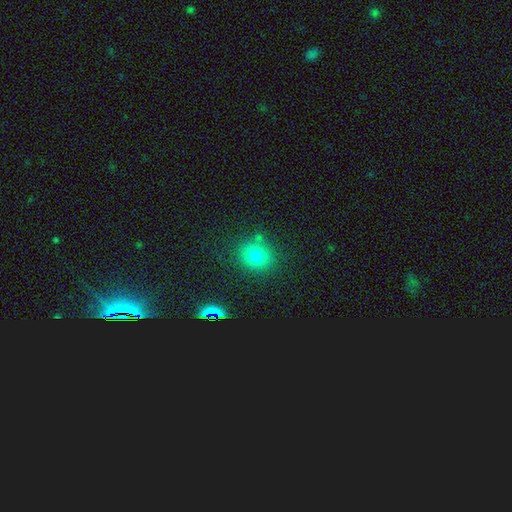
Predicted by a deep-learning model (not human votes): Smooth or featured?
  - smooth: 77% *
  - star or artifact: 15%
  - featured or disk: 8%
How rounded?
  - round: 71% *
  - in between: 28%
  - cigar-shaped: 1%
Merging?
  - none: 78% *
  - minor disturbance: 12%
  - merger: 6%
  - major disturbance: 4%